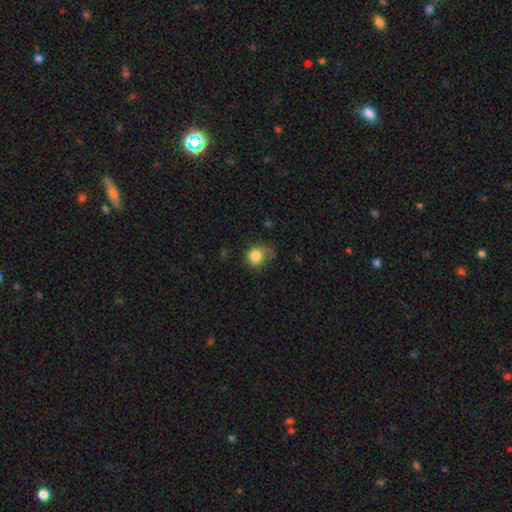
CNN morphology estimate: Smooth or featured?
  - smooth: 82% *
  - star or artifact: 10%
  - featured or disk: 9%
How rounded?
  - round: 64% *
  - in between: 35%
  - cigar-shaped: 1%
Merging?
  - minor disturbance: 39% *
  - none: 38%
  - major disturbance: 20%
  - merger: 2%